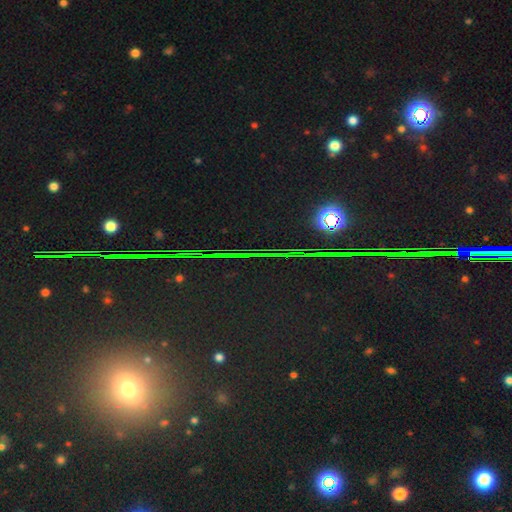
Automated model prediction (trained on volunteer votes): smooth-or-featured: star or artifact: 79% | smooth: 11% | featured or disk: 10%